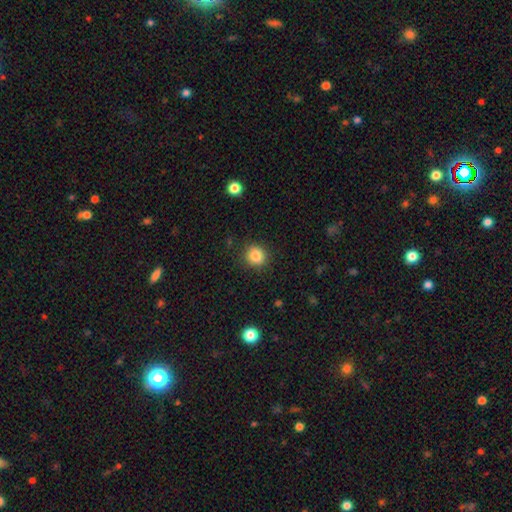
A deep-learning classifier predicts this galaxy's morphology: Smooth or featured? Predicted: smooth (p=0.85). How rounded? Predicted: round (p=0.86). Merging? Predicted: none (p=0.89).